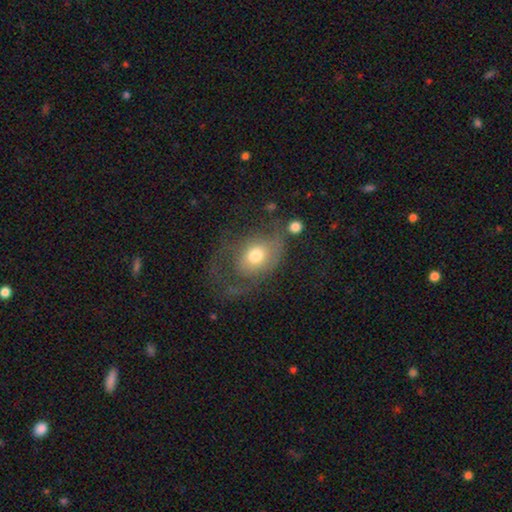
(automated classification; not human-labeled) Overall: featured or disk (47%; smooth 45%). Merging: major disturbance (38%; none 36%).